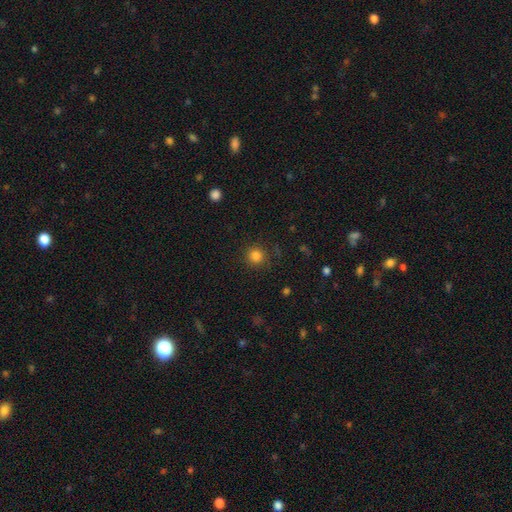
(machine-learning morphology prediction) smooth-or-featured: smooth: 83% | star or artifact: 13% | featured or disk: 4%
  how-rounded: round: 93% | in between: 6% | cigar-shaped: 1%
  merging: none: 86% | minor disturbance: 9% | major disturbance: 4% | merger: 1%